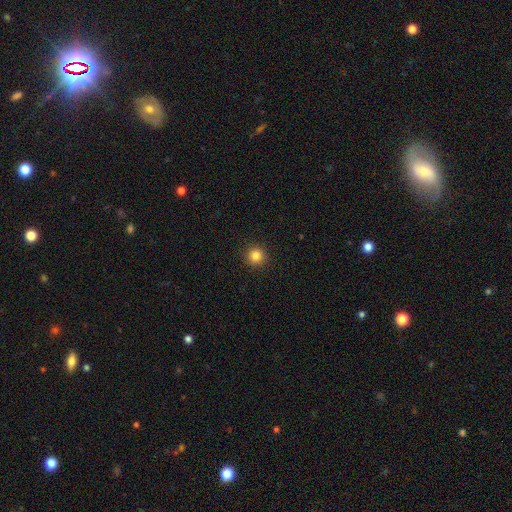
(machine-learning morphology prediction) smooth_or_featured: smooth (p=0.84) [alt: star or artifact p=0.12]
how_rounded: round (p=0.95) [alt: in between p=0.04]
merging: none (p=0.92) [alt: minor disturbance p=0.05]